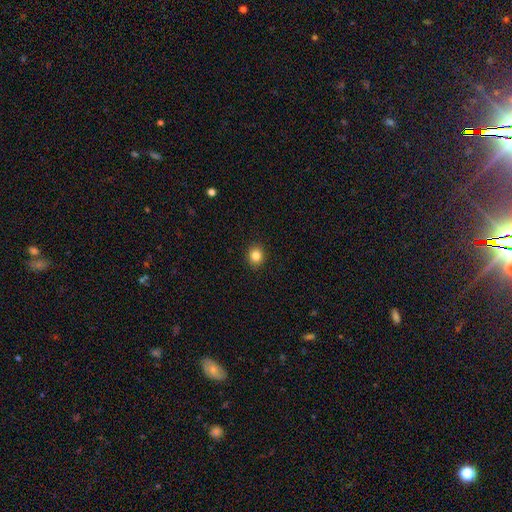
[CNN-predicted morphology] type=smooth (84%); roundness=round (69%); merging=none (91%).